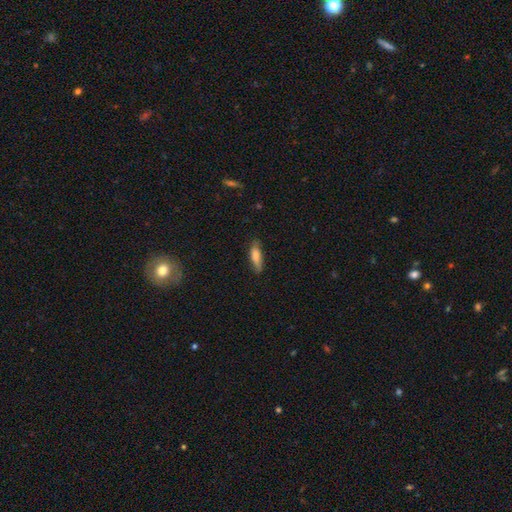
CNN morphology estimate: Smooth or featured: smooth — 74% (featured or disk — 19%)
How rounded: cigar-shaped — 55% (in between — 43%)
Merging: none — 75% (minor disturbance — 20%)